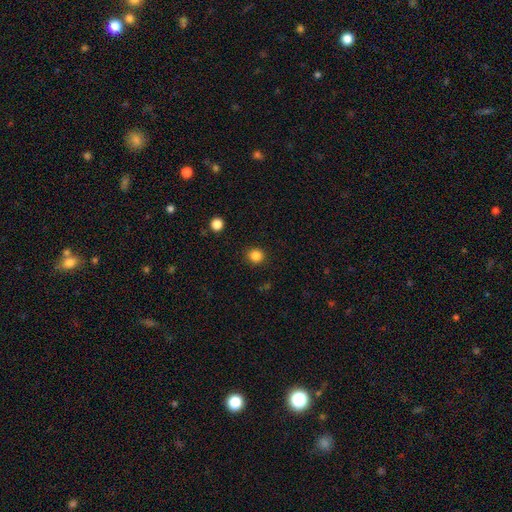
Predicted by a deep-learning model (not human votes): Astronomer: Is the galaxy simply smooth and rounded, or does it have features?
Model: smooth — 84%.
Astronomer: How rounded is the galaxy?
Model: round — 89%.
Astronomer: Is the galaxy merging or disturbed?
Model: none — 91%.